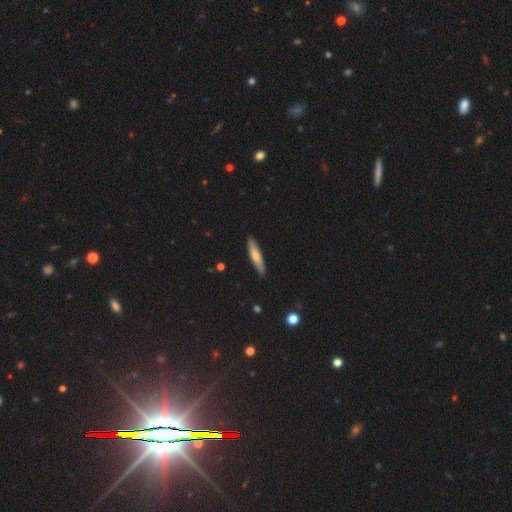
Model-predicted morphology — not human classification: Smooth or featured? smooth (64%)
How rounded? cigar-shaped (83%)
Merging? none (87%)